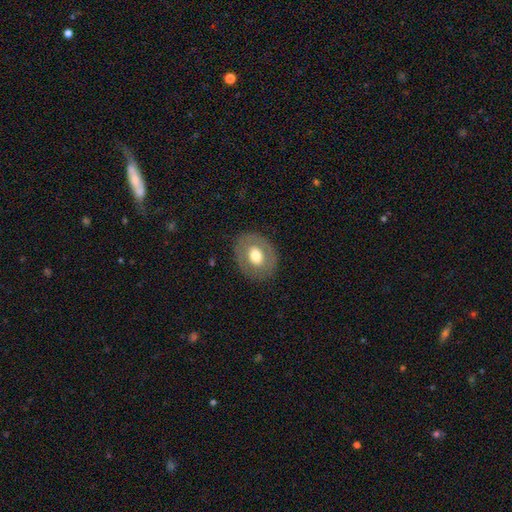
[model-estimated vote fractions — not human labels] smooth 62%, featured or disk 31%, star or artifact 7%. Down the decision tree: how rounded — round (50%); merging — none (84%).